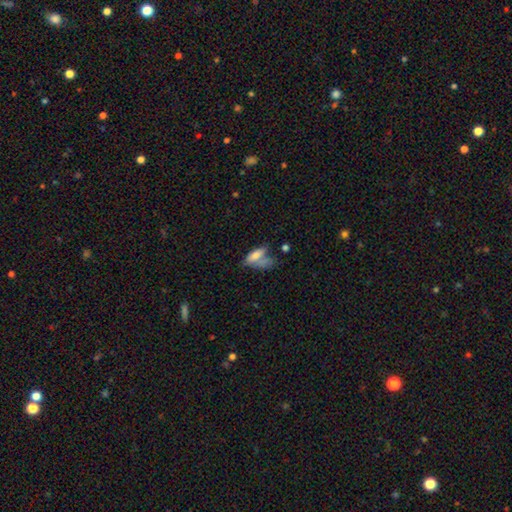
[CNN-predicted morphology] Smooth or featured? Predicted: smooth (p=0.71). How rounded? Predicted: in between (p=0.66). Merging? Predicted: none (p=0.36).